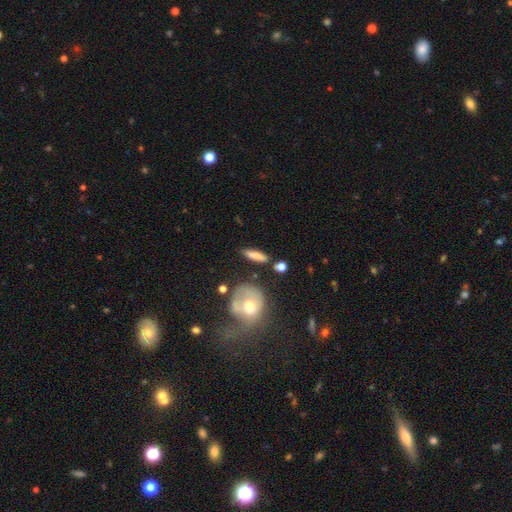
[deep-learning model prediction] Morphology: type=smooth (76%); roundness=cigar-shaped (69%); merging=none (76%).